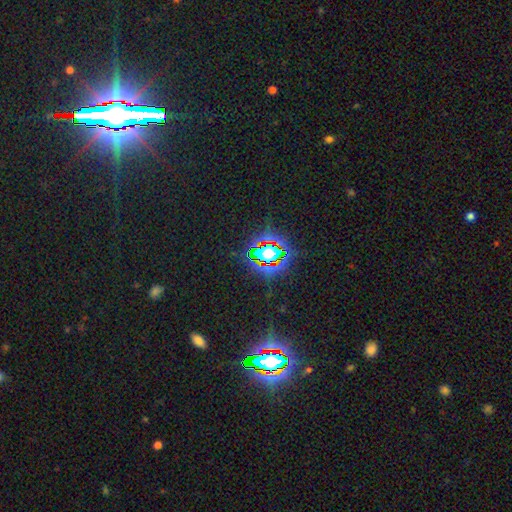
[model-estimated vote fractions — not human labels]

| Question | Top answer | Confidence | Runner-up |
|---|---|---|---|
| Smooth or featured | star or artifact | 83% | smooth (9%) |